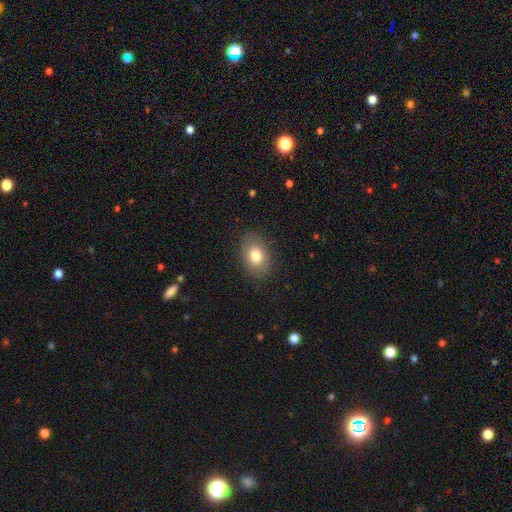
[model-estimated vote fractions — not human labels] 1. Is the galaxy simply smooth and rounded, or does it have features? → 79% smooth, 13% featured or disk, 8% star or artifact.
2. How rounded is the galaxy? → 77% in between, 22% round, 1% cigar-shaped.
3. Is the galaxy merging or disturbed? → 85% none, 10% minor disturbance, 3% major disturbance, 1% merger.